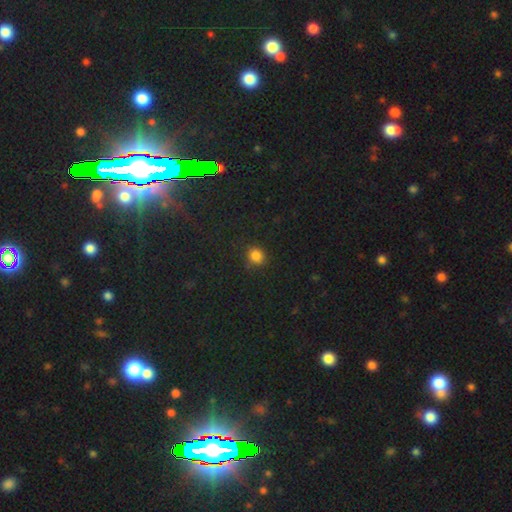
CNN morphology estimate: A smooth galaxy with no disk features (82%) that is round (77%).

Vote fractions:
- Smooth or featured? smooth: 82% / star or artifact: 14% / featured or disk: 4%
- How rounded? round: 77% / in between: 22% / cigar-shaped: 1%
- Merging? none: 81% / minor disturbance: 13% / major disturbance: 4% / merger: 2%